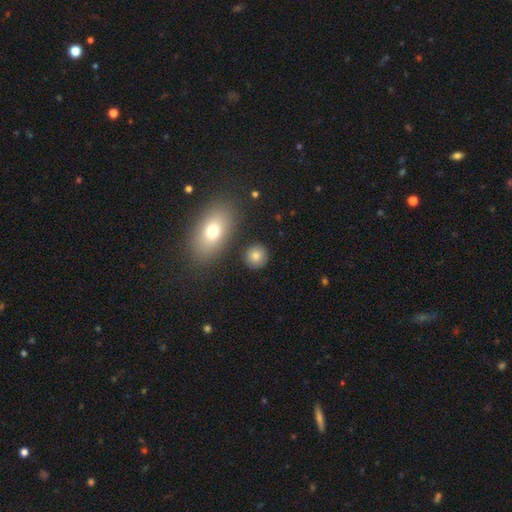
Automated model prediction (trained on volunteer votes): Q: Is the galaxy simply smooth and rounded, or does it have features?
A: smooth — 82%.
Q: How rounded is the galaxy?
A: round — 87%.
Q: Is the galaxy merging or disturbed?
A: none — 86%.